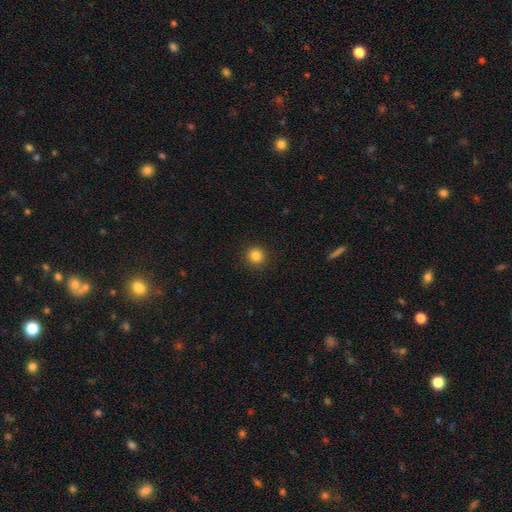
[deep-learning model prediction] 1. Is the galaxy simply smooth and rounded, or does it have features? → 83% smooth, 12% star or artifact, 5% featured or disk.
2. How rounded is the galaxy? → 93% round, 6% in between, 1% cigar-shaped.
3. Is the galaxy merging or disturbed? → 92% none, 5% minor disturbance, 2% major disturbance, 1% merger.